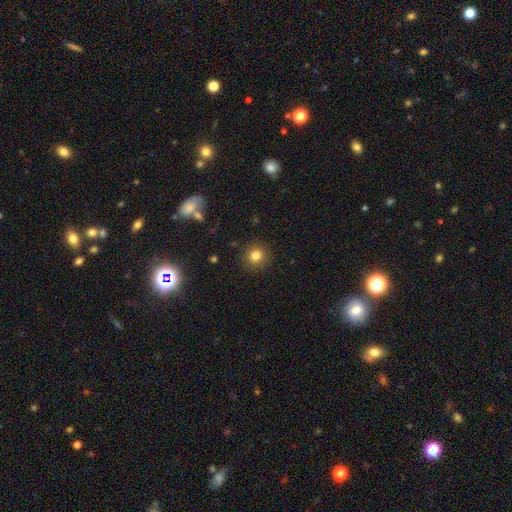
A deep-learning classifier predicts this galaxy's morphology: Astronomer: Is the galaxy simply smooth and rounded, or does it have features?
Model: smooth — 82%.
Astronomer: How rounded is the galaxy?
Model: round — 90%.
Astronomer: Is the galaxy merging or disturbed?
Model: none — 89%.